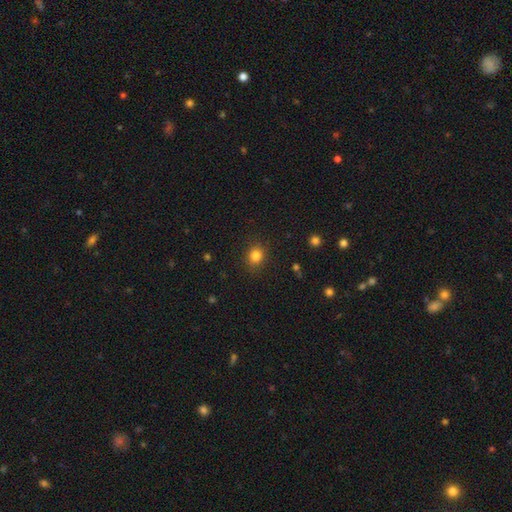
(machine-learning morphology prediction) This is clearly a smooth galaxy (83%). How rounded: likely round (71%). Merging: clearly none (88%).